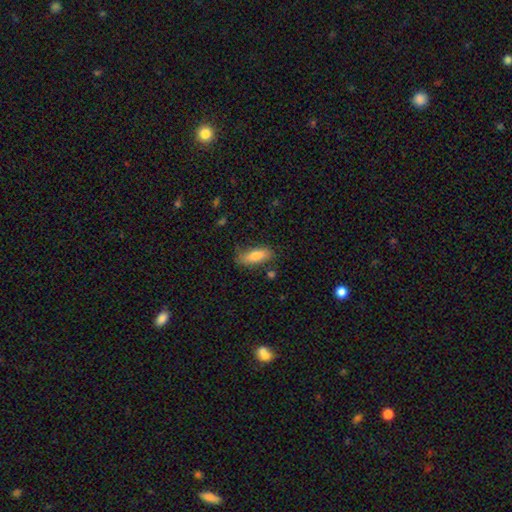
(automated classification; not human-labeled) Overall: smooth (76%). How rounded: in between (66%; cigar-shaped 32%). Merging: none (76%).